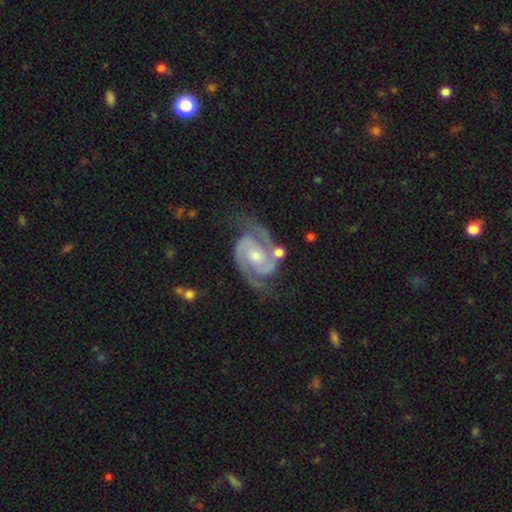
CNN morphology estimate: type=featured or disk (92%); edge-on=no (98%); bar=no (57%); spiral arms=yes (99%); winding=medium (50%); arm count=2 (92%); bulge=moderate (50%); merging=none (70%).